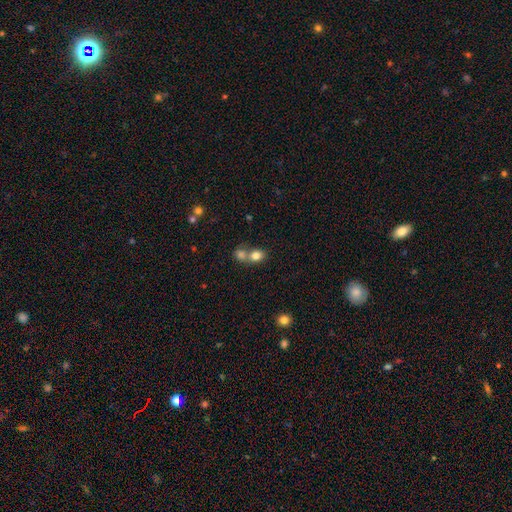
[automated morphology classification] Q: Smooth or featured?
A: smooth (80%); runner-up: star or artifact (11%)
Q: How rounded?
A: round (57%); runner-up: in between (42%)
Q: Merging?
A: merger (51%); runner-up: none (38%)